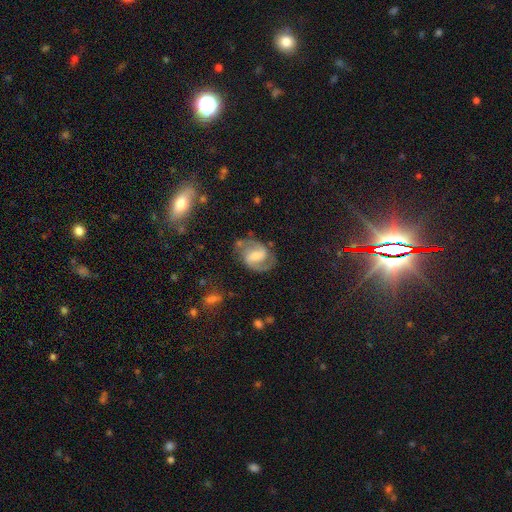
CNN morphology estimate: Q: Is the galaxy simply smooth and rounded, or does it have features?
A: featured or disk — 86%.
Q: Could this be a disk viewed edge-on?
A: no — 98%.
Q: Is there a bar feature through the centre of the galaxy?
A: weak — 50%.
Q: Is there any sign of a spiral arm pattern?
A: yes — 96%.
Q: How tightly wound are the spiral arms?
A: medium — 58%.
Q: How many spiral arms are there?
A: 2 — 92%.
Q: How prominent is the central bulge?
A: moderate — 47%.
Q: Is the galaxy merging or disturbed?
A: none — 75%.